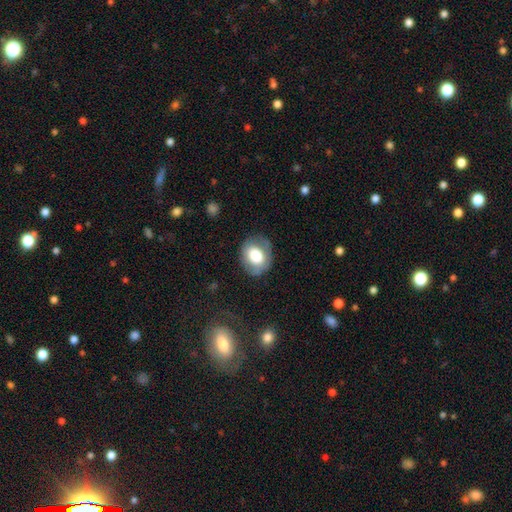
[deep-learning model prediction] A smooth galaxy with no disk features (71%) that is in between round and cigar-shaped (53%).

Vote fractions:
- Smooth or featured? smooth: 71% / featured or disk: 22% / star or artifact: 8%
- How rounded? in between: 53% / round: 46% / cigar-shaped: 1%
- Merging? none: 73% / minor disturbance: 19% / major disturbance: 7% / merger: 1%